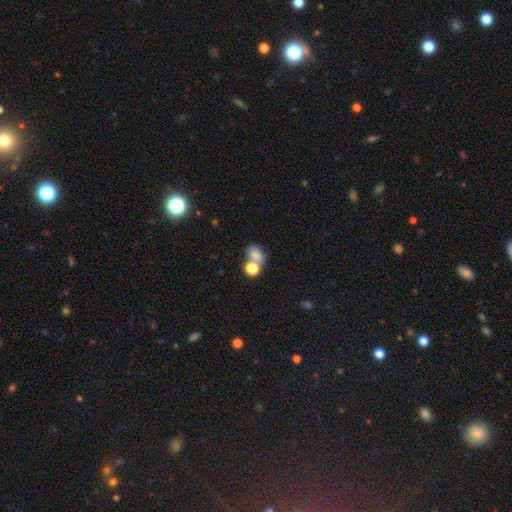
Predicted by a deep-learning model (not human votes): This appears to be a smooth galaxy with no disk features (77%) that is in between round and cigar-shaped (66%). Merging: merger (44%).